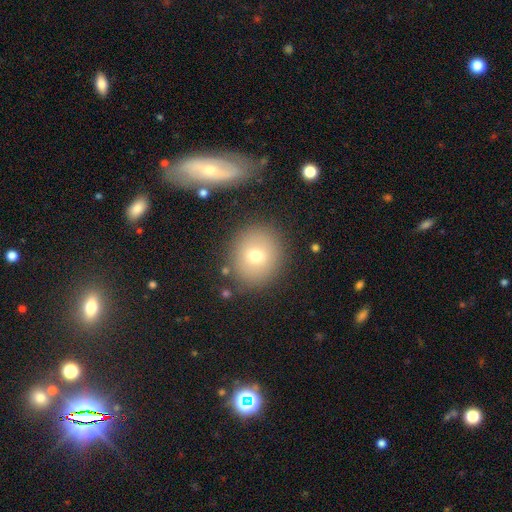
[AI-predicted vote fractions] Morphology: type=smooth (71%); roundness=round (82%); merging=none (82%).